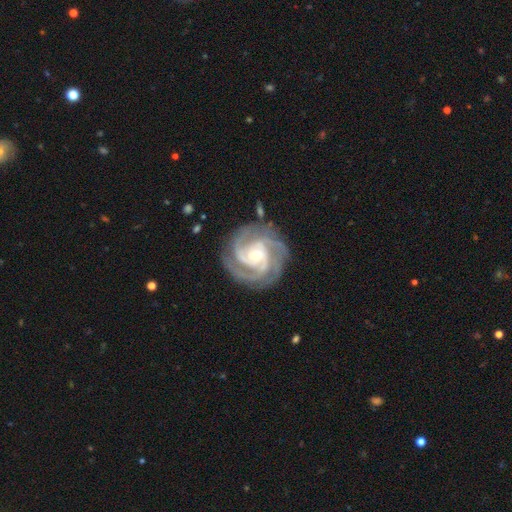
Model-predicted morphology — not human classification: featured or disk 92%, star or artifact 4%, smooth 4%. Down the decision tree: edge-on disk — no (98%); bar — no (57%); spiral arms — yes (99%); spiral arm count — 3 (50%); spiral winding — tight (67%); bulge size — small (59%); merging — none (81%).